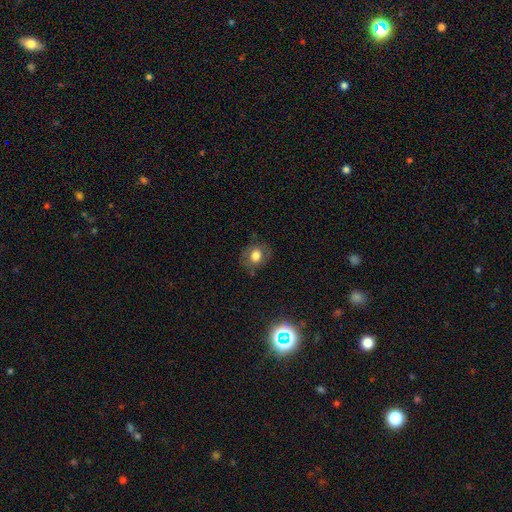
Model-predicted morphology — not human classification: This appears to be a smooth galaxy with no disk features (68%) that is round (59%). Merging: none (76%).